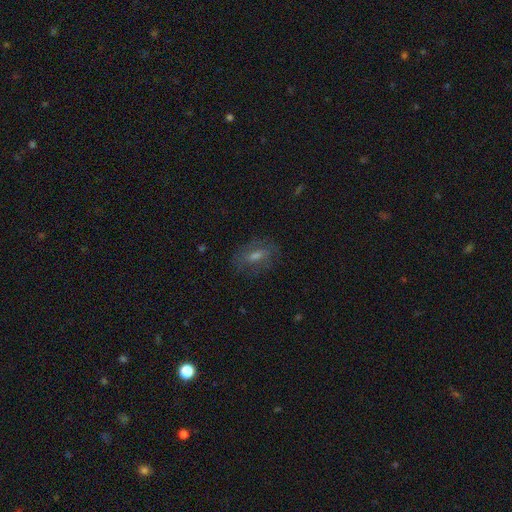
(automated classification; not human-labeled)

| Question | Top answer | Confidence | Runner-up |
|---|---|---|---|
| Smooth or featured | smooth | 43% | featured or disk (40%) |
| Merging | none | 76% | minor disturbance (15%) |